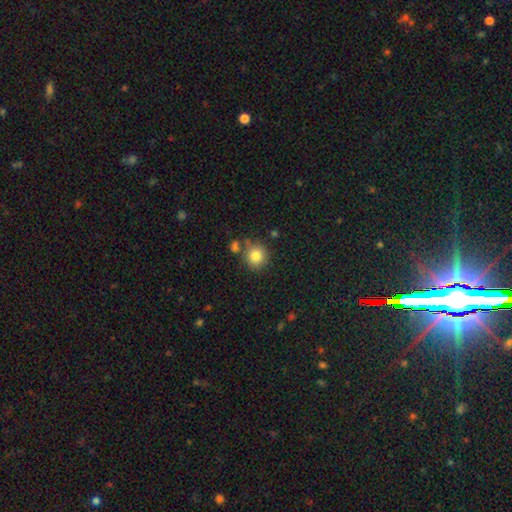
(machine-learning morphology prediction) smooth_or_featured: smooth (p=0.82) [alt: star or artifact p=0.11]
how_rounded: round (p=0.89) [alt: in between p=0.10]
merging: none (p=0.74) [alt: minor disturbance p=0.11]